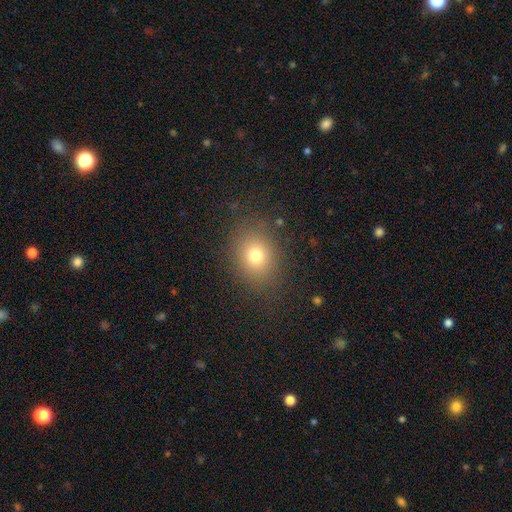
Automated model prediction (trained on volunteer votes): smooth-or-featured: smooth: 75% | star or artifact: 15% | featured or disk: 10%
  how-rounded: round: 50% | in between: 49% | cigar-shaped: 1%
  merging: none: 84% | minor disturbance: 10% | major disturbance: 5% | merger: 1%